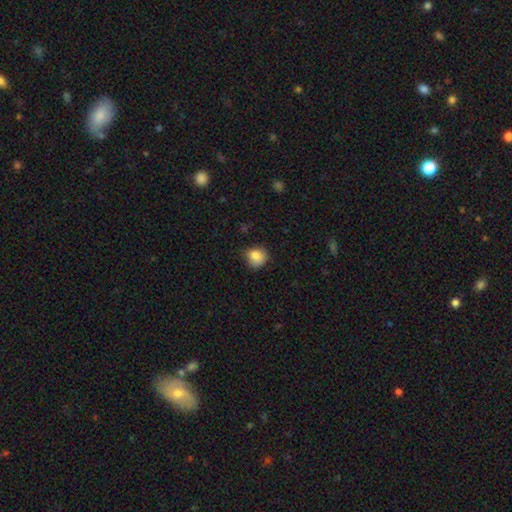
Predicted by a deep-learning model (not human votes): Smooth or featured?
  - smooth: 85% *
  - star or artifact: 9%
  - featured or disk: 6%
How rounded?
  - round: 78% *
  - in between: 21%
  - cigar-shaped: 1%
Merging?
  - none: 69% *
  - minor disturbance: 25%
  - major disturbance: 5%
  - merger: 1%